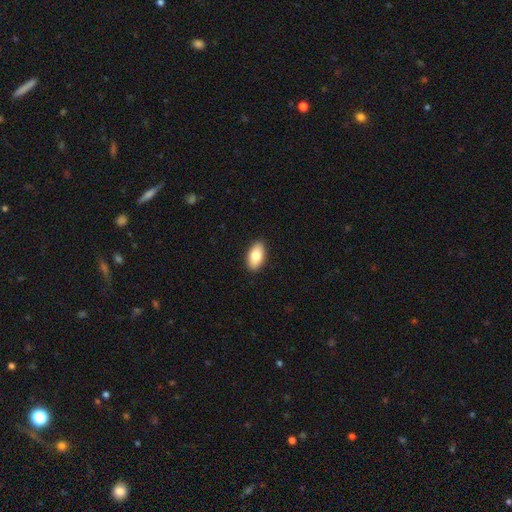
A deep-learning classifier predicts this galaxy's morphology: This is clearly a smooth galaxy (82%). How rounded: clearly in between (93%). Merging: clearly none (90%).